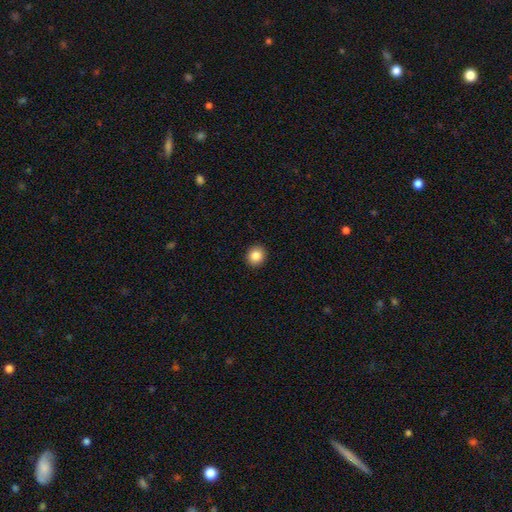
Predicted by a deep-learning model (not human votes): This is clearly a smooth galaxy (85%). How rounded: clearly round (84%). Merging: clearly none (93%).